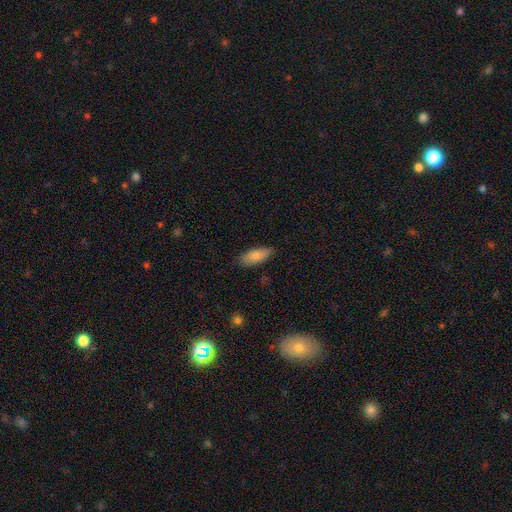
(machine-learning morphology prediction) This appears to be a smooth galaxy with no disk features (80%) that is in between round and cigar-shaped (78%). Merging: none (82%).